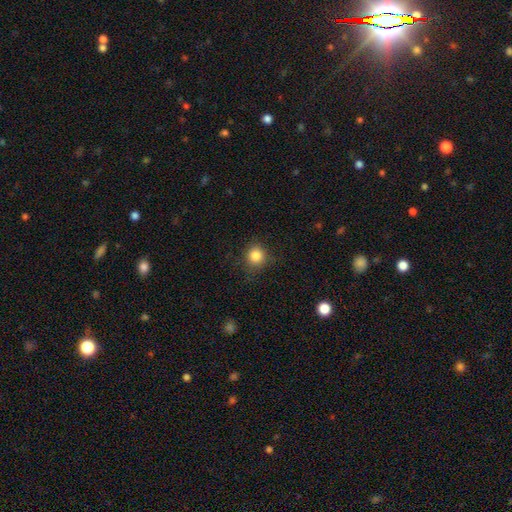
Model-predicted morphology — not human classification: This is clearly a smooth galaxy (84%). How rounded: clearly round (89%). Merging: clearly none (84%).